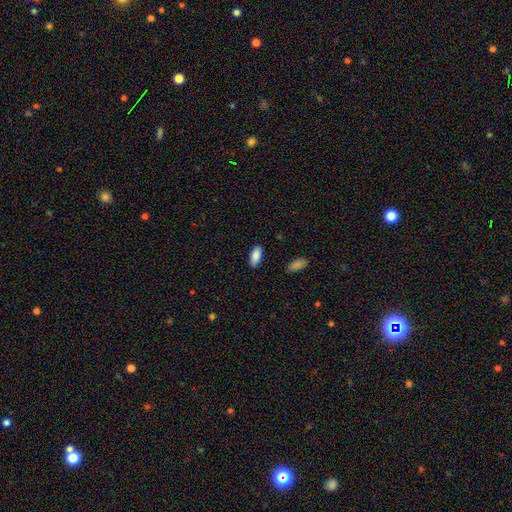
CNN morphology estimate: Smooth or featured? smooth (87%)
How rounded? in between (86%)
Merging? none (87%)